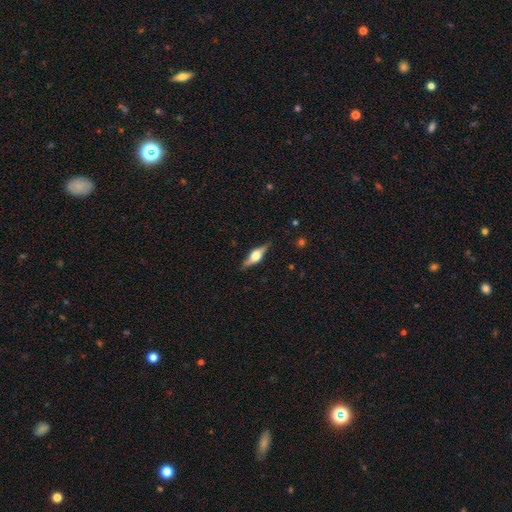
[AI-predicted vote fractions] smooth_or_featured: featured or disk (p=0.71) [alt: smooth p=0.22]
disk_edge_on: yes (p=0.96) [alt: no p=0.04]
edge_on_bulge: rounded (p=0.91) [alt: boxy p=0.08]
merging: none (p=0.86) [alt: minor disturbance p=0.10]